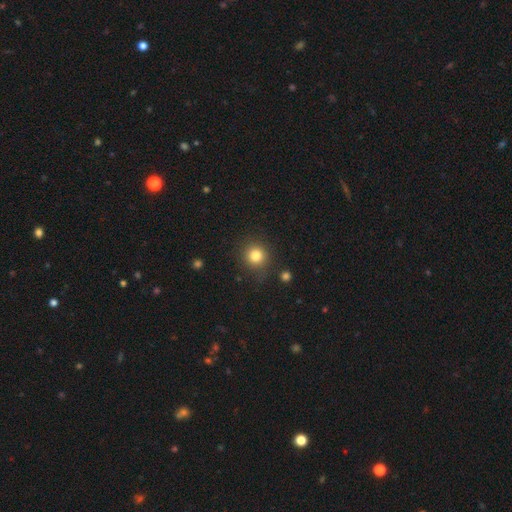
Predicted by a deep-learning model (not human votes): The model was most divided on "smooth or featured": smooth: 82%, star or artifact: 12%, featured or disk: 6%. More confident: how rounded — round (90%); merging — none (84%).